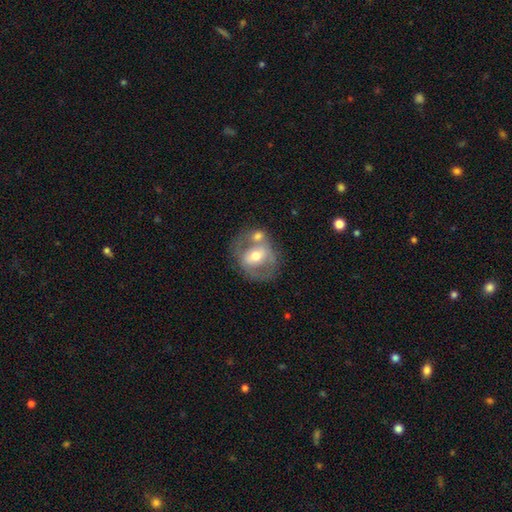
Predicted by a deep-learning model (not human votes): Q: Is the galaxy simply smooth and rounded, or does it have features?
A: featured or disk — 60%.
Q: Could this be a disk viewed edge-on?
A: no — 94%.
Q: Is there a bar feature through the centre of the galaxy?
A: no — 36%, tied with weak.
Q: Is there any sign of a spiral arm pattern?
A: no — 65%.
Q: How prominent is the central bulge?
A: moderate — 69%.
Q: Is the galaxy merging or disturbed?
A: none — 48%.